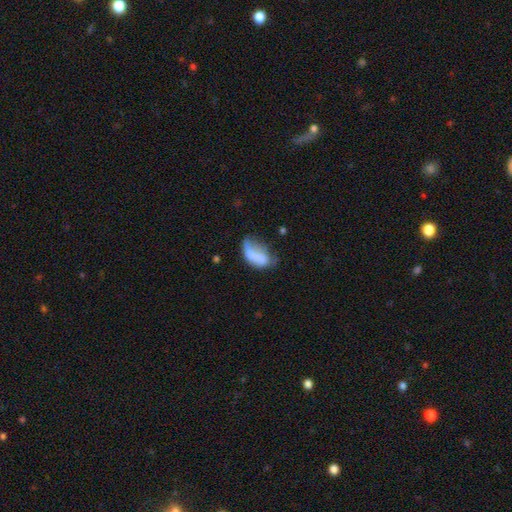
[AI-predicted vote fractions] Smooth or featured? smooth (65%)
How rounded? in between (90%)
Merging? major disturbance (33%)